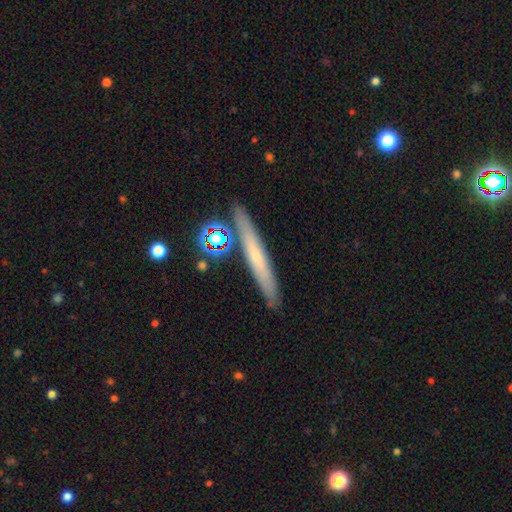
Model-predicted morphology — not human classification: Smooth or featured: smooth — 47% (featured or disk — 42%)
Merging: none — 86% (minor disturbance — 8%)